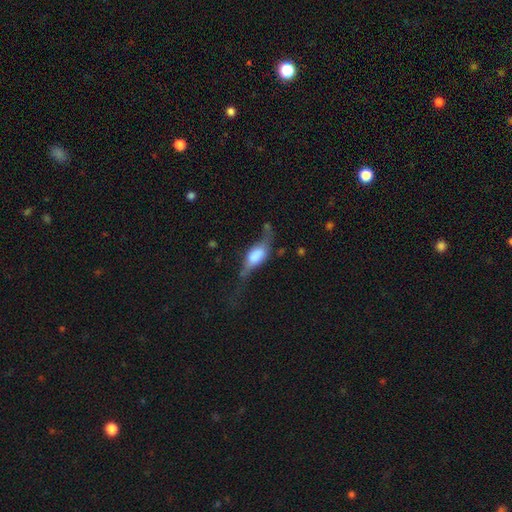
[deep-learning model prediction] Q: Smooth or featured?
A: smooth (47%); runner-up: featured or disk (46%)
Q: Merging?
A: major disturbance (37%); runner-up: none (31%)